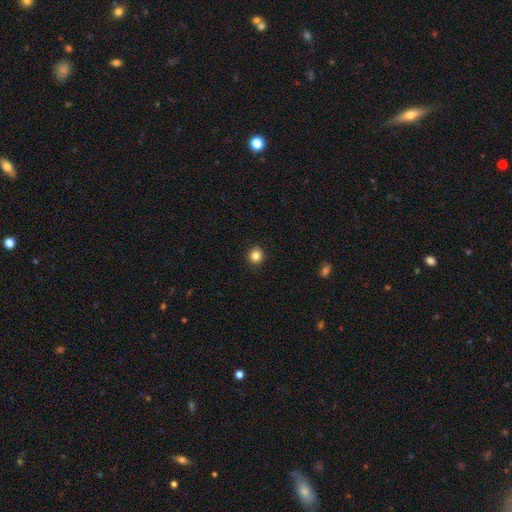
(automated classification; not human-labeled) This is clearly a smooth galaxy (85%). How rounded: clearly round (90%). Merging: clearly none (92%).